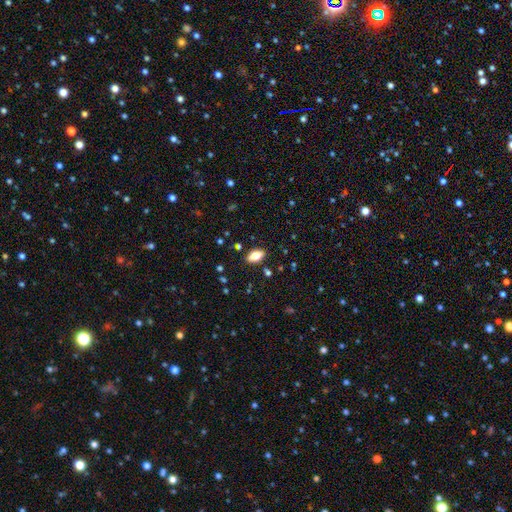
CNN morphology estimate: This is likely a smooth galaxy (78%). How rounded: clearly in between (91%). Merging: clearly none (86%).